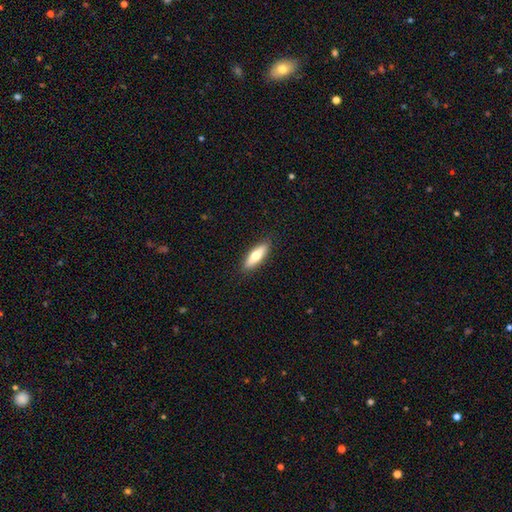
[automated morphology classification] smooth_or_featured: smooth (p=0.66) [alt: featured or disk p=0.28]
how_rounded: cigar-shaped (p=0.53) [alt: in between p=0.45]
merging: none (p=0.89) [alt: minor disturbance p=0.08]